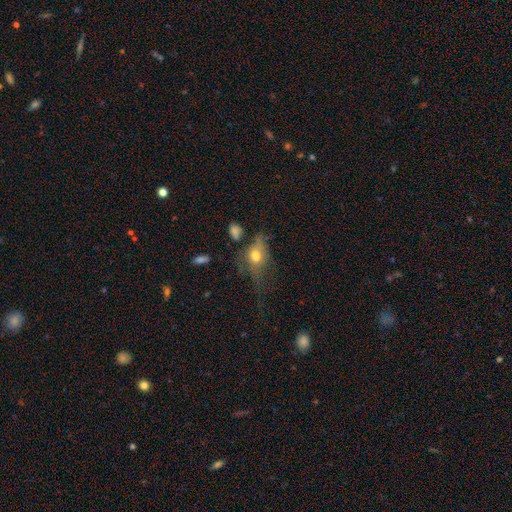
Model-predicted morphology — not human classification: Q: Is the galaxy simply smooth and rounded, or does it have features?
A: smooth — 64%.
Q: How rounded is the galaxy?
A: in between — 63%.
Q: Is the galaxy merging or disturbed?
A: major disturbance — 38%.